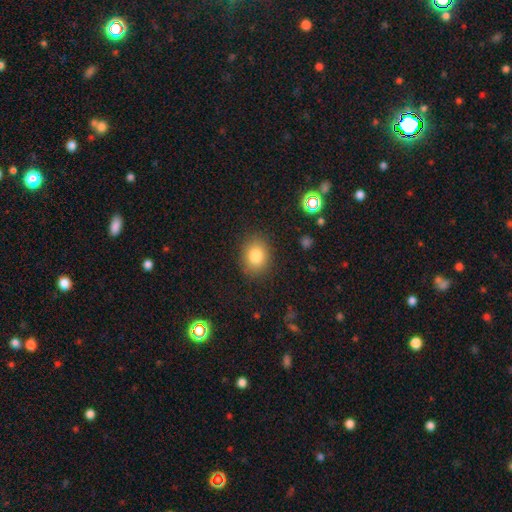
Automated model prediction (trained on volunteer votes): The model was most divided on "how rounded": round: 51%, in between: 48%, cigar-shaped: 1%. More confident: merging — none (86%); smooth or featured — smooth (82%).